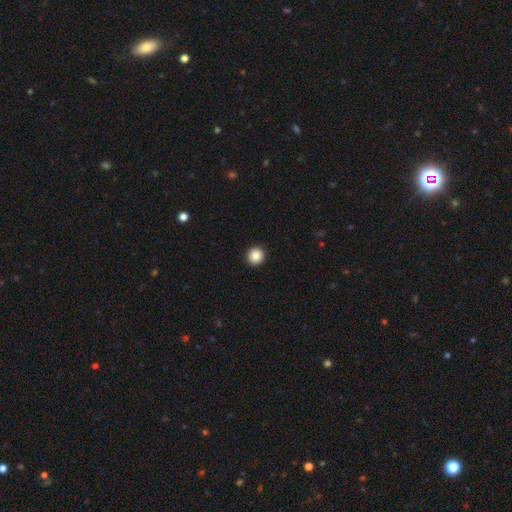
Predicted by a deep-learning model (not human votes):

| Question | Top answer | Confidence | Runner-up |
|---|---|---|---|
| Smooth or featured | smooth | 86% | star or artifact (9%) |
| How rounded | round | 93% | in between (6%) |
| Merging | none | 94% | minor disturbance (4%) |